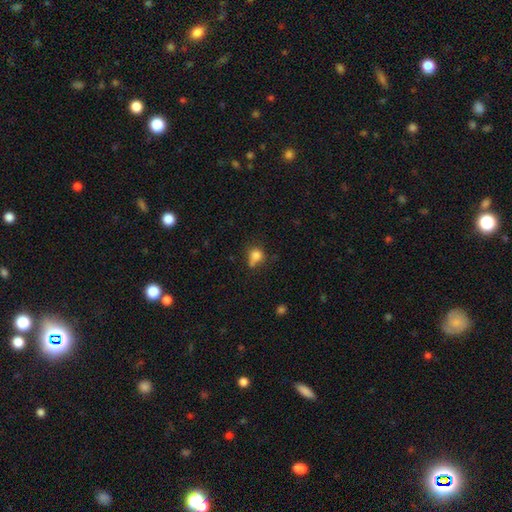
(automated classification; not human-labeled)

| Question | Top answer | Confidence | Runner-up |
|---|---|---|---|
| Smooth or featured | smooth | 79% | star or artifact (12%) |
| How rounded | round | 68% | in between (31%) |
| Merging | none | 44% | minor disturbance (29%) |